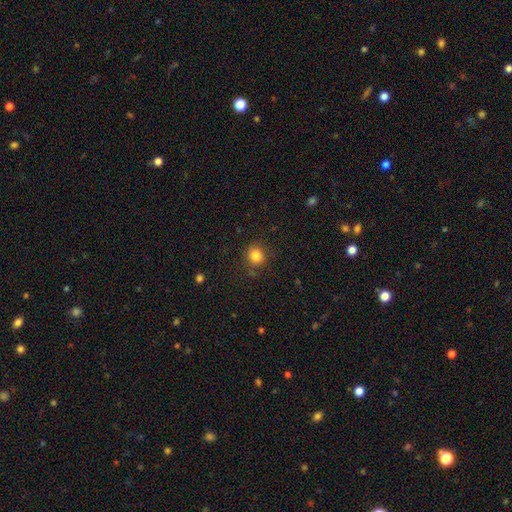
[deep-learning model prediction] smooth 84%, star or artifact 11%, featured or disk 4%. Down the decision tree: how rounded — round (79%); merging — none (83%).